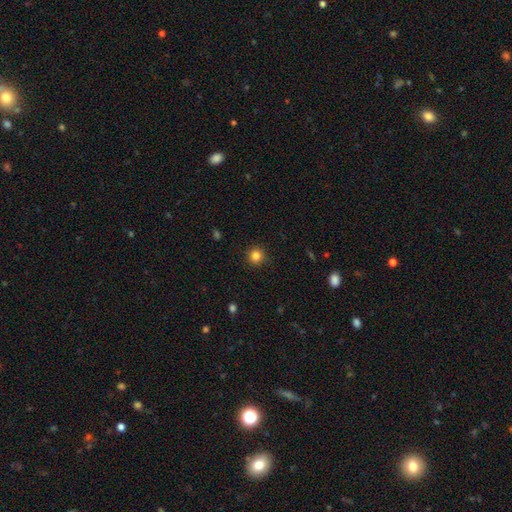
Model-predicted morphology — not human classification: Smooth or featured: smooth — 84% (star or artifact — 12%)
How rounded: round — 95% (in between — 4%)
Merging: none — 91% (minor disturbance — 6%)